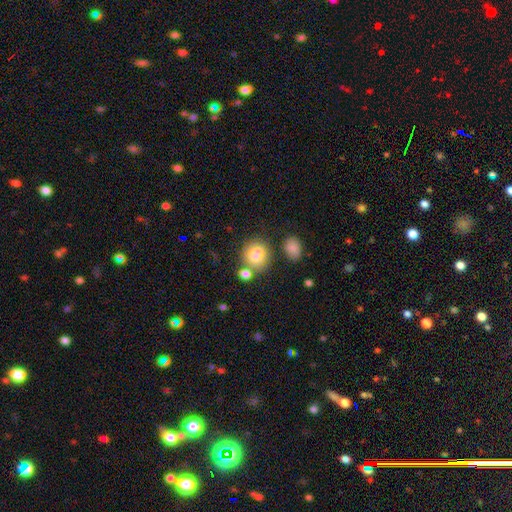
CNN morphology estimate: Overall: smooth (76%). How rounded: round (74%). Merging: none (57%; merger 25%).